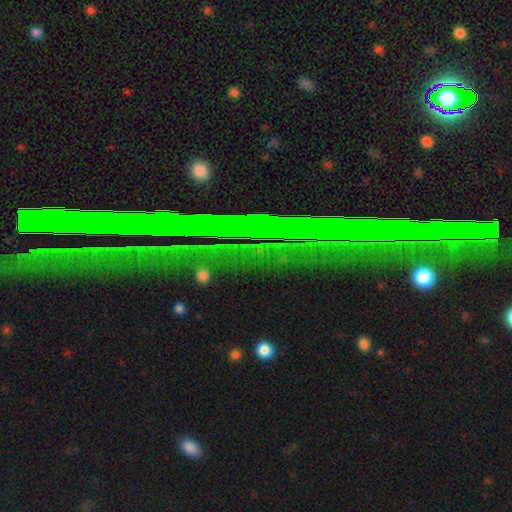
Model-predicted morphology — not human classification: This is likely a star or artifact rather than a galaxy (80%).